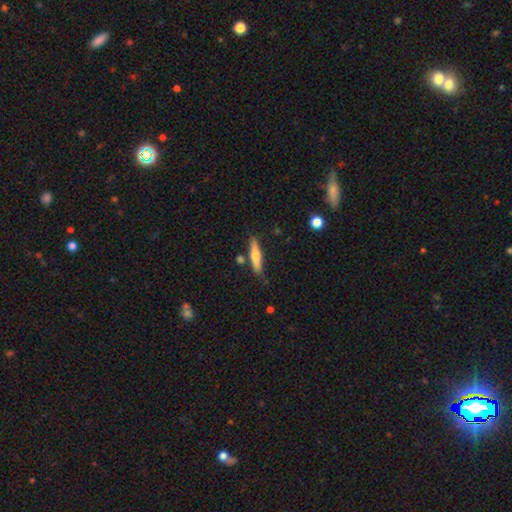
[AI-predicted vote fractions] A smooth galaxy with no disk features (52%) that is cigar-shaped (83%). Merging: none (80%).